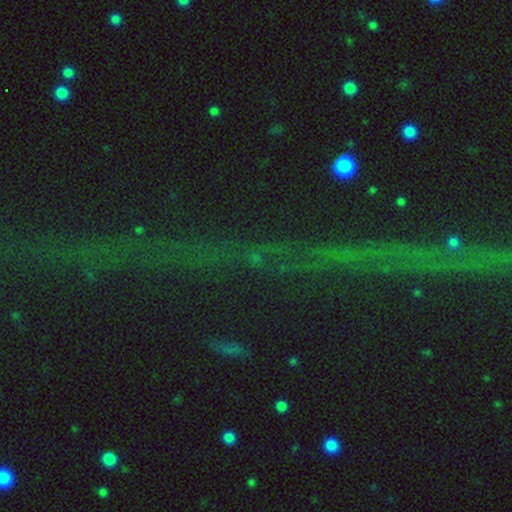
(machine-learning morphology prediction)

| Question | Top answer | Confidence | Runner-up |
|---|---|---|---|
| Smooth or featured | star or artifact | 67% | featured or disk (18%) |